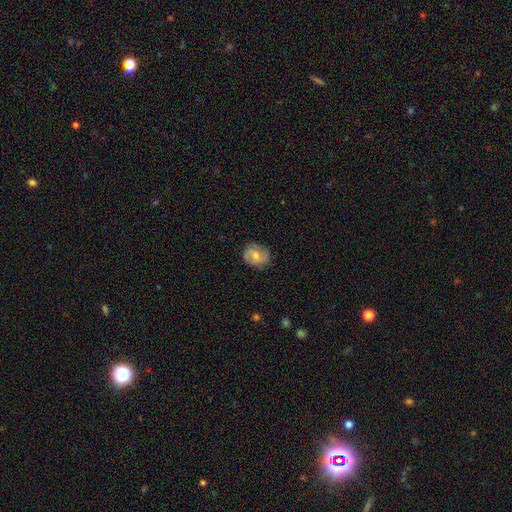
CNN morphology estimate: The model was most divided on "smooth or featured": featured or disk: 49%, smooth: 43%, star or artifact: 8%. More confident: merging — none (79%).